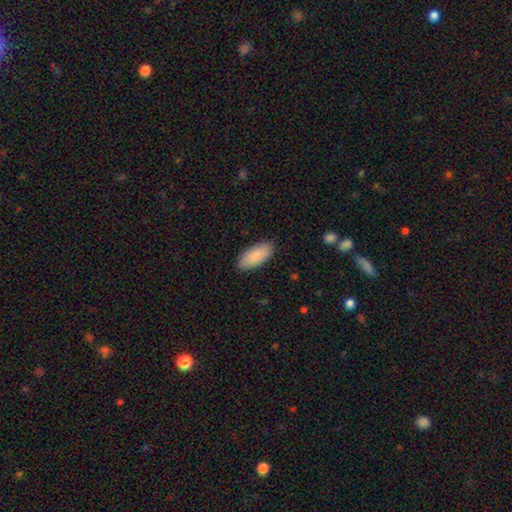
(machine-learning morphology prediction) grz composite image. It shows a smooth galaxy with no disk features (87%) that is in between round and cigar-shaped (90%). Merging: none (88%).